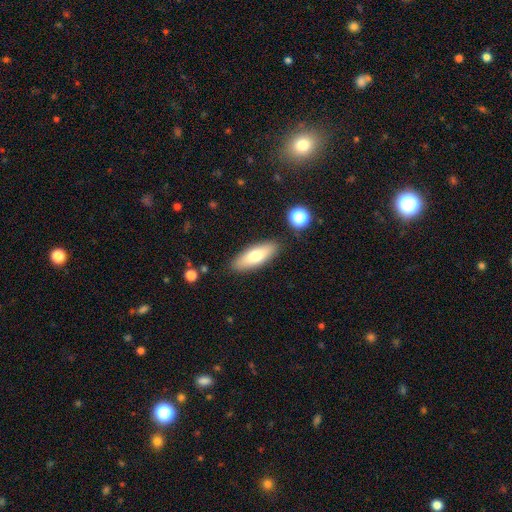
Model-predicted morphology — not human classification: Overall: smooth (72%). How rounded: in between (61%; cigar-shaped 36%). Merging: none (86%).